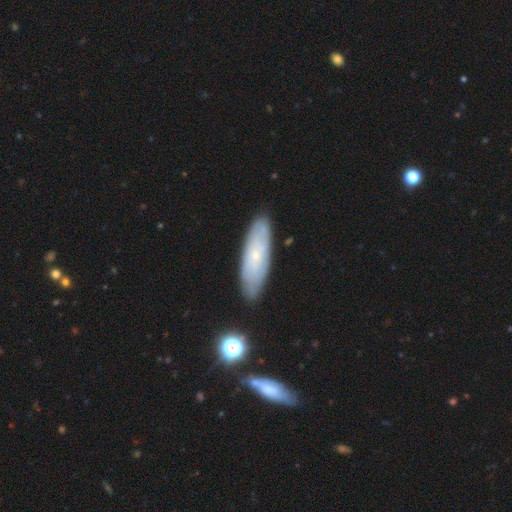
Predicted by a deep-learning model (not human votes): The model was most divided on "smooth or featured": featured or disk: 48%, smooth: 45%, star or artifact: 7%. More confident: merging — none (85%).